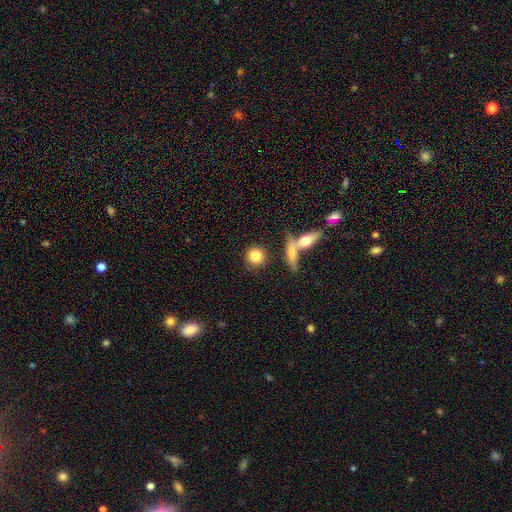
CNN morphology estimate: A smooth galaxy with no disk features (81%) that is round (85%).

Vote fractions:
- Smooth or featured? smooth: 81% / featured or disk: 11% / star or artifact: 8%
- How rounded? round: 85% / in between: 11% / cigar-shaped: 3%
- Merging? none: 71% / merger: 17% / minor disturbance: 8% / major disturbance: 4%